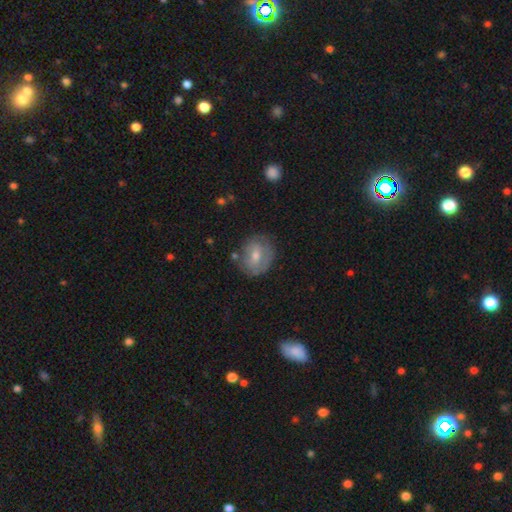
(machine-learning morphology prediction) Smooth or featured? Predicted: smooth (p=0.51). How rounded? Predicted: round (p=0.63). Merging? Predicted: none (p=0.72).